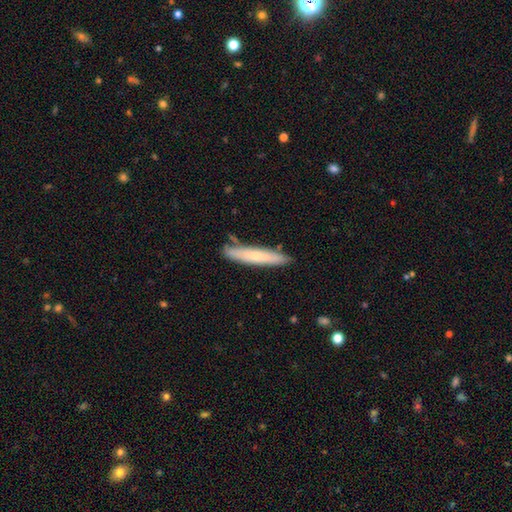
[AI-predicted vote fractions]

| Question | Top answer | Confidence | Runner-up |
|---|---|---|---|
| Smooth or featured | smooth | 63% | featured or disk (31%) |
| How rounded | cigar-shaped | 92% | in between (7%) |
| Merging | none | 84% | minor disturbance (11%) |